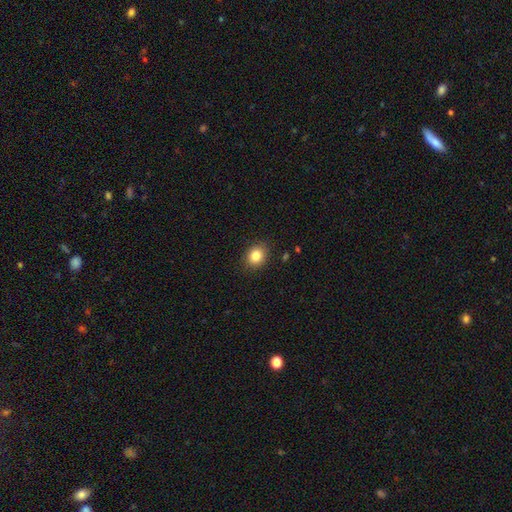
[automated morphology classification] Smooth or featured? smooth (84%)
How rounded? round (58%)
Merging? none (87%)